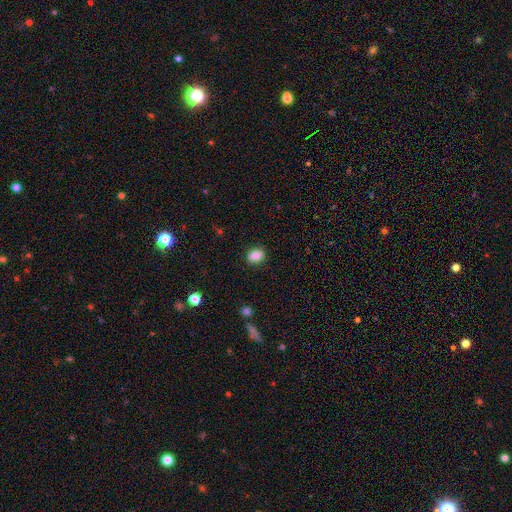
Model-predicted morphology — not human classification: This is clearly a smooth galaxy (85%). How rounded: likely in between (61%). Merging: clearly none (89%).